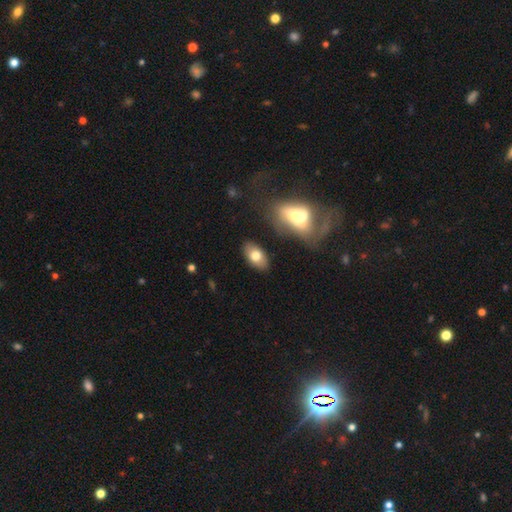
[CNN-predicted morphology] Smooth or featured? smooth (73%)
How rounded? in between (92%)
Merging? none (82%)